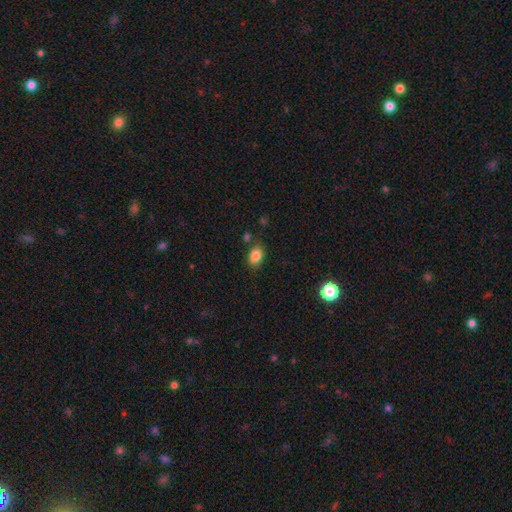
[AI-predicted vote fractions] Overall: smooth (85%). How rounded: in between (79%). Merging: none (76%).